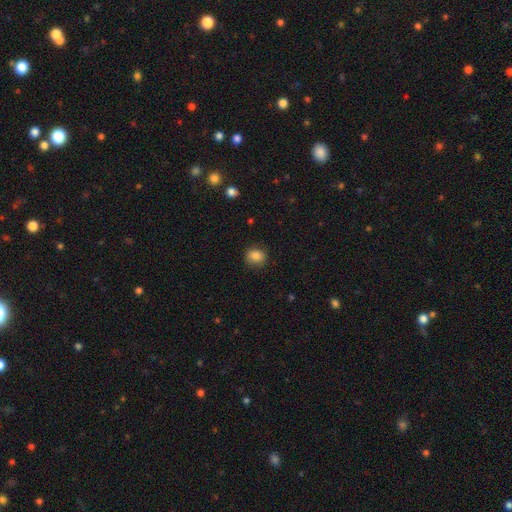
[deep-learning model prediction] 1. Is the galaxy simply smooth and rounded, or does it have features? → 85% smooth, 10% star or artifact, 5% featured or disk.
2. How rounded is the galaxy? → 75% round, 24% in between, 1% cigar-shaped.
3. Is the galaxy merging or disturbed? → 85% none, 11% minor disturbance, 3% major disturbance, 1% merger.